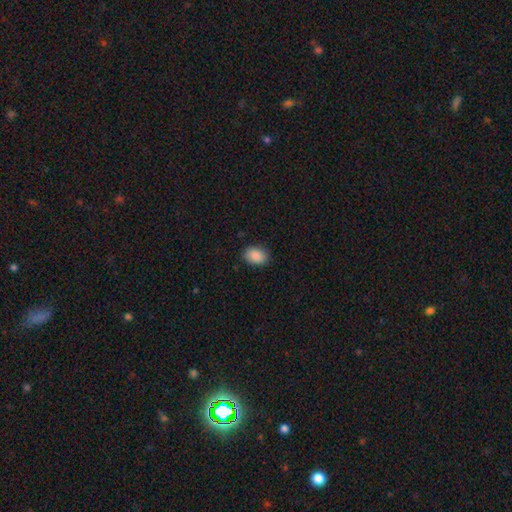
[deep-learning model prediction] smooth_or_featured: smooth (p=0.90) [alt: star or artifact p=0.07]
how_rounded: in between (p=0.81) [alt: round p=0.18]
merging: none (p=0.86) [alt: minor disturbance p=0.11]